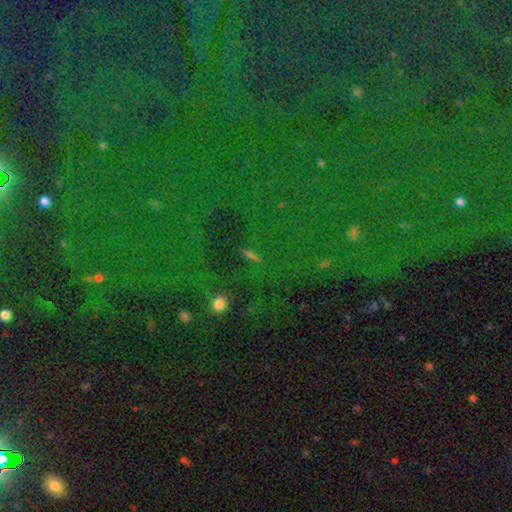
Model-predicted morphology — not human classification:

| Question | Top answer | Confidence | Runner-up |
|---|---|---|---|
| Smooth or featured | star or artifact | 82% | smooth (10%) |